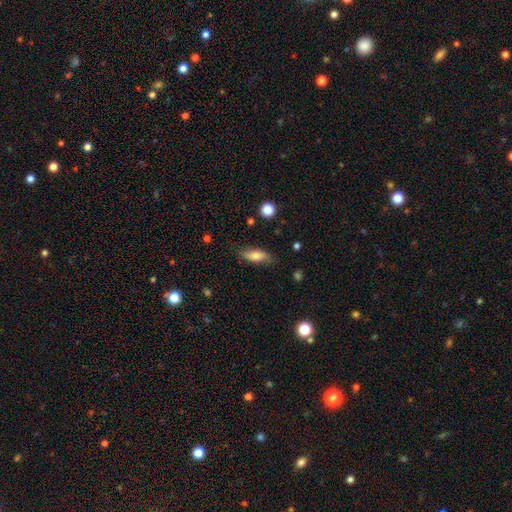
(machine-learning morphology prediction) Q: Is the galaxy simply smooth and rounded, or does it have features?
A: smooth — 68%.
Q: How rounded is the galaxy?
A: in between — 65%.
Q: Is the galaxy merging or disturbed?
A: none — 78%.